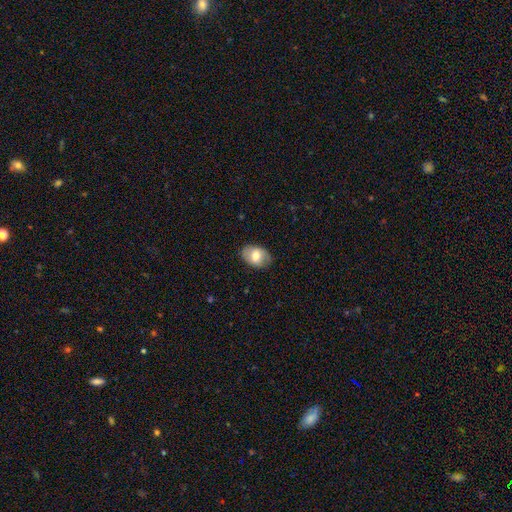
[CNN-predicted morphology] This appears to be a smooth galaxy with no disk features (69%) that is in between round and cigar-shaped (82%). Merging: none (82%).